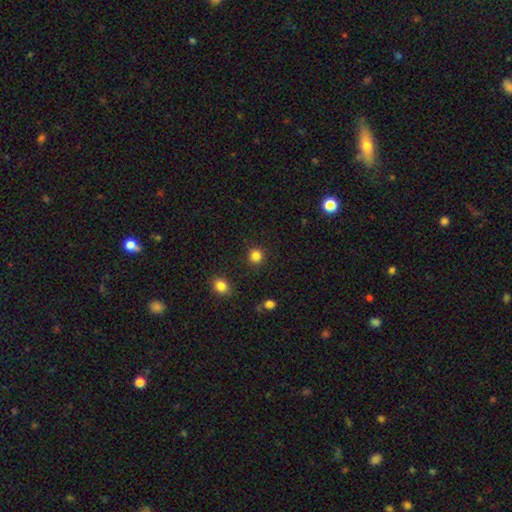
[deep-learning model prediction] Morphology: type=smooth (85%); roundness=round (93%); merging=none (91%).